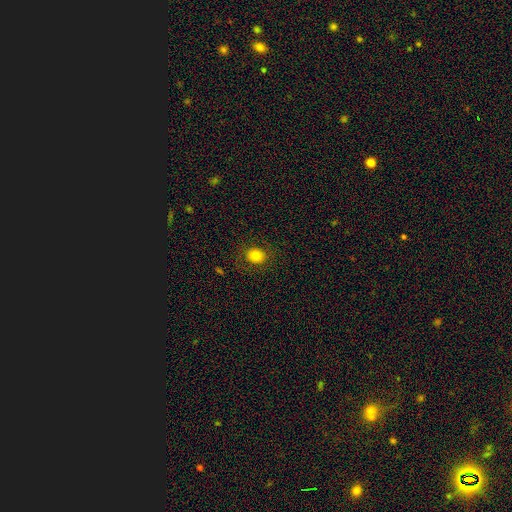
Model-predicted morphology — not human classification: Smooth or featured?
  - smooth: 81% *
  - star or artifact: 12%
  - featured or disk: 8%
How rounded?
  - round: 73% *
  - in between: 26%
  - cigar-shaped: 1%
Merging?
  - none: 85% *
  - minor disturbance: 9%
  - major disturbance: 4%
  - merger: 1%